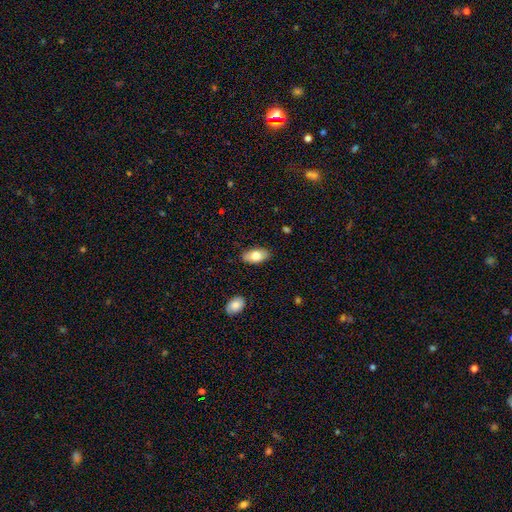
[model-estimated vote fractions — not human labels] Morphology: type=smooth (76%); roundness=in between (94%); merging=none (87%).